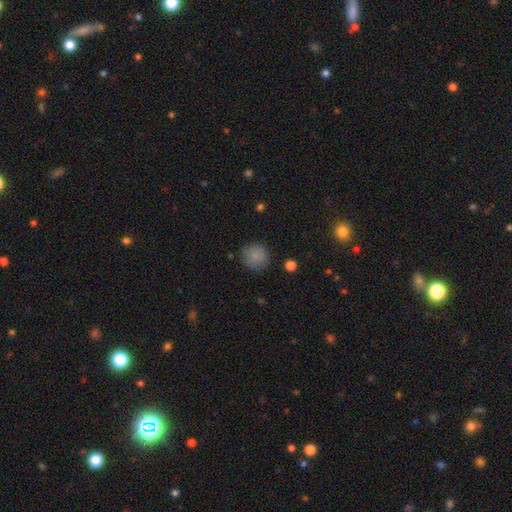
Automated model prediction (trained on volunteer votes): Smooth or featured: smooth — 85% (star or artifact — 10%)
How rounded: round — 91% (in between — 8%)
Merging: none — 84% (minor disturbance — 11%)